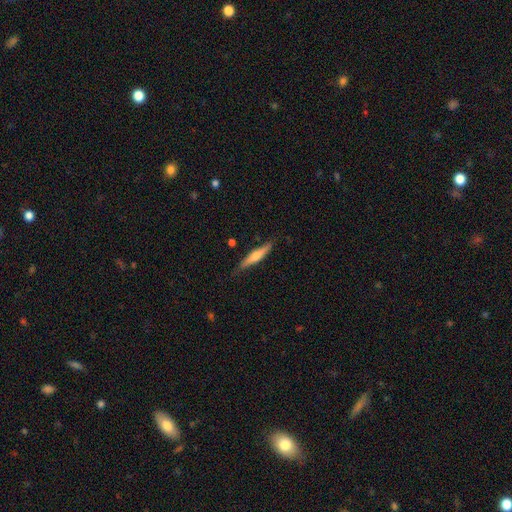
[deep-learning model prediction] A featured or disk galaxy (50%).

Vote fractions:
- Smooth or featured? featured or disk: 50% / smooth: 44% / star or artifact: 6%
- Merging? none: 82% / minor disturbance: 14% / major disturbance: 2% / merger: 2%